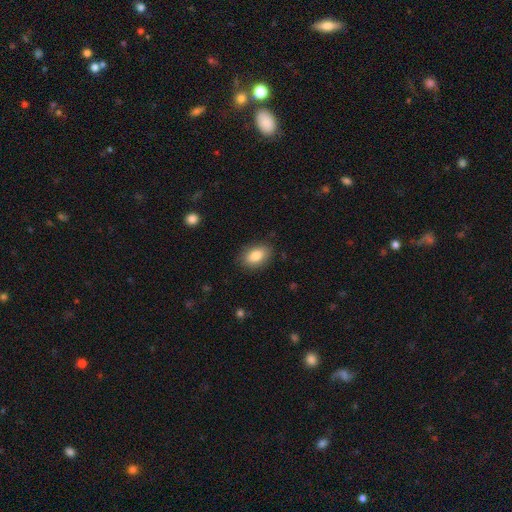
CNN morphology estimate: Q: Smooth or featured?
A: smooth (82%); runner-up: featured or disk (10%)
Q: How rounded?
A: in between (86%); runner-up: round (11%)
Q: Merging?
A: none (85%); runner-up: minor disturbance (11%)